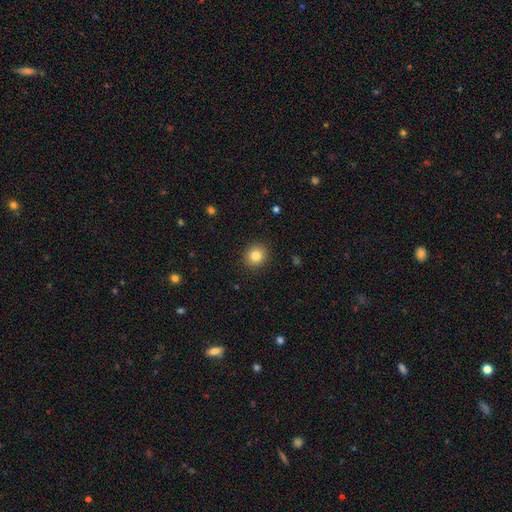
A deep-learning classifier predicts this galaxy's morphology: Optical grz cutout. It shows a smooth galaxy with no disk features (83%) that is round (84%). Merging: none (91%).